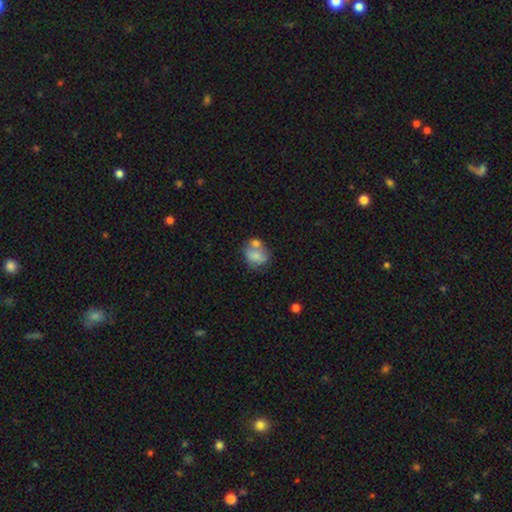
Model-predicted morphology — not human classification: A smooth galaxy with no disk features (67%) that is round (51%).

Vote fractions:
- Smooth or featured? smooth: 67% / featured or disk: 24% / star or artifact: 9%
- How rounded? round: 51% / in between: 48% / cigar-shaped: 1%
- Merging? merger: 39% / none: 34% / minor disturbance: 18% / major disturbance: 9%